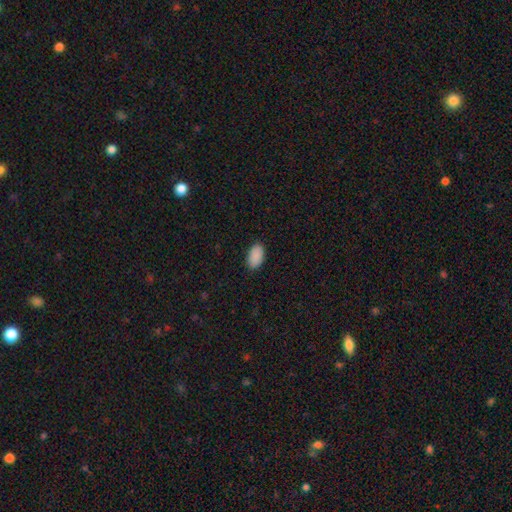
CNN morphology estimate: A smooth galaxy with no disk features (90%) that is in between round and cigar-shaped (95%). Merging: none (89%).